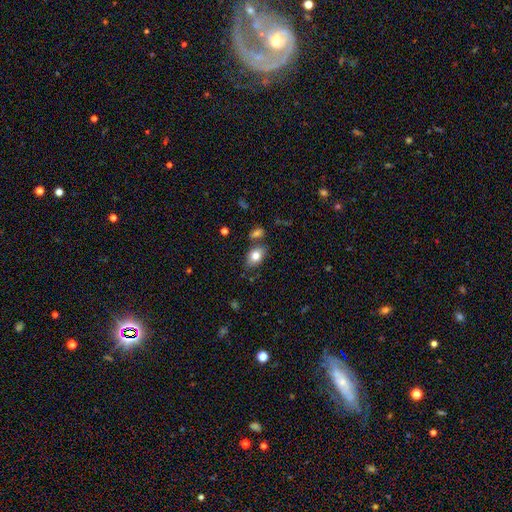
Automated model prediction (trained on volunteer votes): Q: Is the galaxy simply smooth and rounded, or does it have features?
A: smooth — 79%.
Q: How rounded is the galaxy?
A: in between — 83%.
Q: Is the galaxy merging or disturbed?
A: none — 74%.